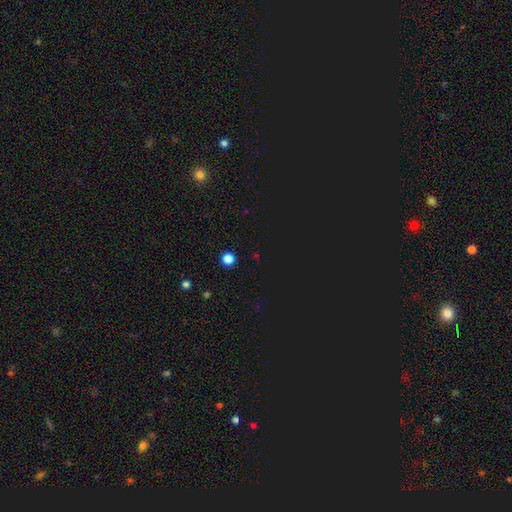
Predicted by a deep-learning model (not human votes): Overall: smooth (51%; star or artifact 44%). How rounded: round (93%). Merging: none (91%).